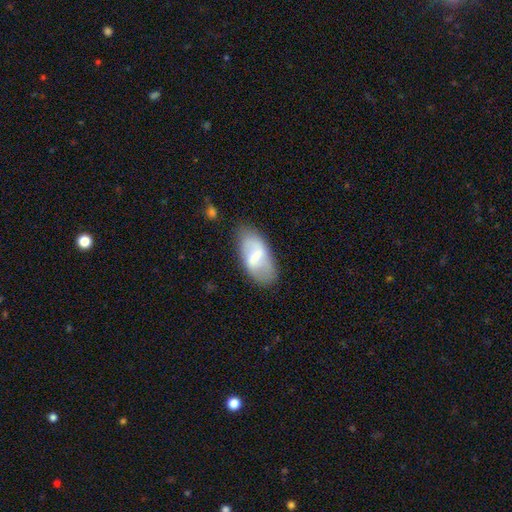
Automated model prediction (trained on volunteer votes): smooth-or-featured: smooth: 50% | featured or disk: 42% | star or artifact: 7%
  how-rounded: in between: 90% | cigar-shaped: 6% | round: 4%
  merging: none: 74% | minor disturbance: 18% | major disturbance: 6% | merger: 2%